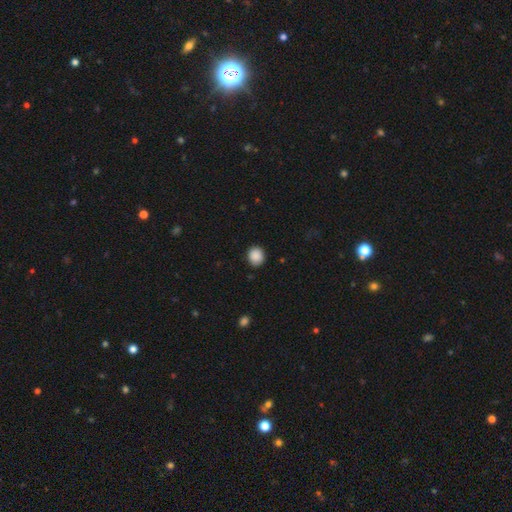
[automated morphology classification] Smooth or featured? Predicted: smooth (p=0.89). How rounded? Predicted: round (p=0.82). Merging? Predicted: none (p=0.89).